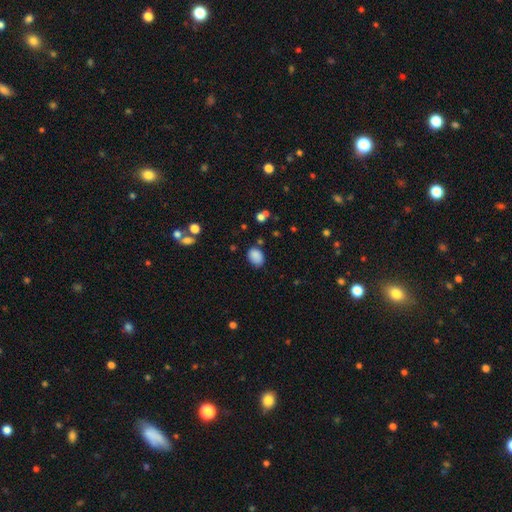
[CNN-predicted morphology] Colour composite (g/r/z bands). It shows a smooth galaxy with no disk features (86%) that is in between round and cigar-shaped (70%). Merging: none (74%).